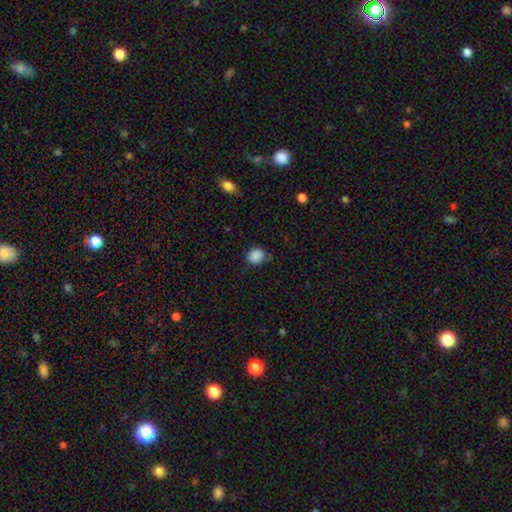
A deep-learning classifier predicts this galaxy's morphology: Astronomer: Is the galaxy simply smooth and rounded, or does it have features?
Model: smooth — 87%.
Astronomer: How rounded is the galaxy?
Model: round — 75%.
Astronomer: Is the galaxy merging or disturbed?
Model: none — 71%.